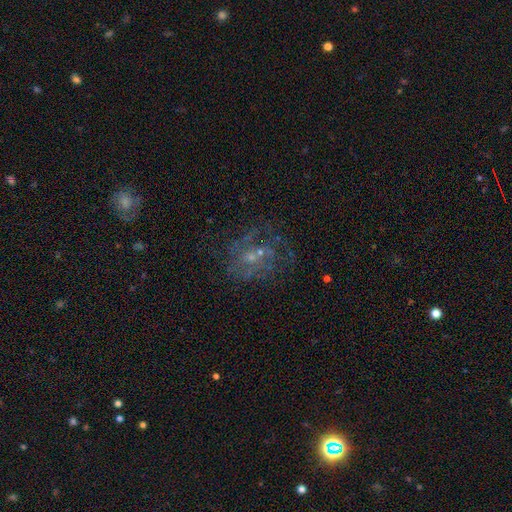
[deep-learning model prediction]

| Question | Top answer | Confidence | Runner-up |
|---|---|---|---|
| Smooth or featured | featured or disk | 59% | star or artifact (23%) |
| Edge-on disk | no | 97% | yes (3%) |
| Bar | no | 65% | weak (29%) |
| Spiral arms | yes | 62% | no (38%) |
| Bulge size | small | 57% | moderate (26%) |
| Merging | none | 59% | major disturbance (19%) |